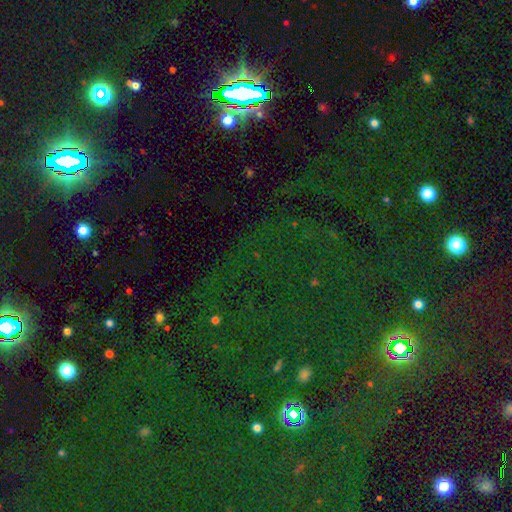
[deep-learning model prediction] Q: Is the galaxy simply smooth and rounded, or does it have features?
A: star or artifact — 77%.